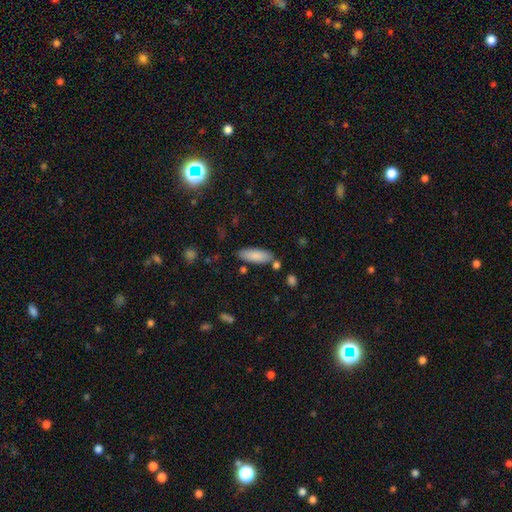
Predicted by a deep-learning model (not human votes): A smooth galaxy with no disk features (86%) that is in between round and cigar-shaped (65%). Merging: none (79%).